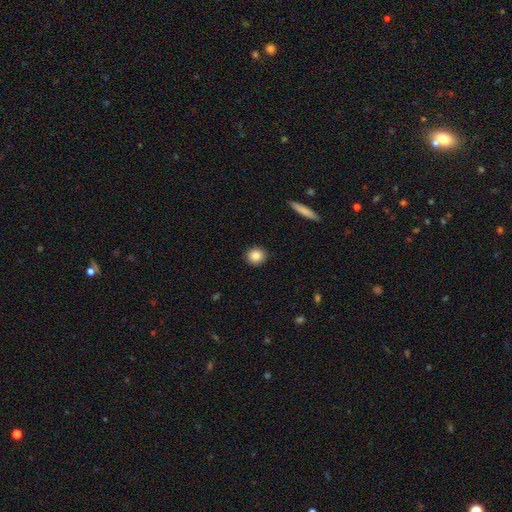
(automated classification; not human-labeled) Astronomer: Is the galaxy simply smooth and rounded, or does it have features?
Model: smooth — 86%.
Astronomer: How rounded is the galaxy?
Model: round — 86%.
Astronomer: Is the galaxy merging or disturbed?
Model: none — 91%.